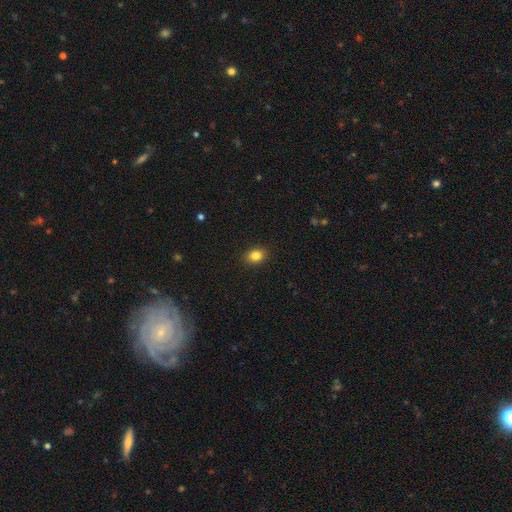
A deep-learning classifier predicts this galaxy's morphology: type=smooth (84%); roundness=in between (55%); merging=none (90%).